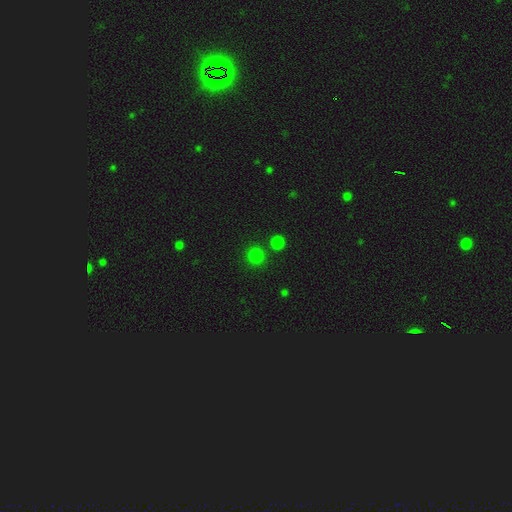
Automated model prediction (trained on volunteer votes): smooth 80%, star or artifact 17%, featured or disk 4%. Down the decision tree: how rounded — round (93%); merging — none (84%).